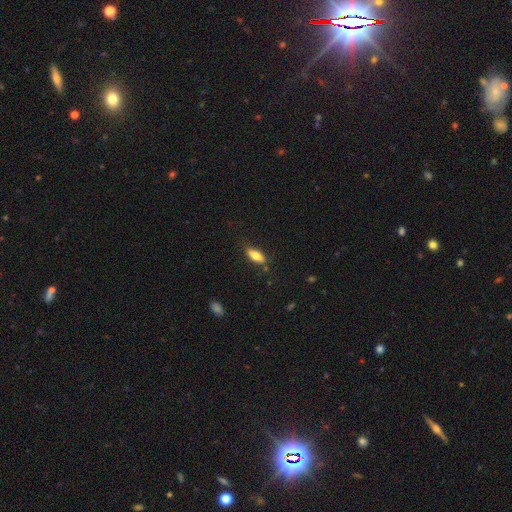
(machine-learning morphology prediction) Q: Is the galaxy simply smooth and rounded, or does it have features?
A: smooth — 76%.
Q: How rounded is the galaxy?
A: in between — 74%.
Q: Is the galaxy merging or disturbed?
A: none — 77%.